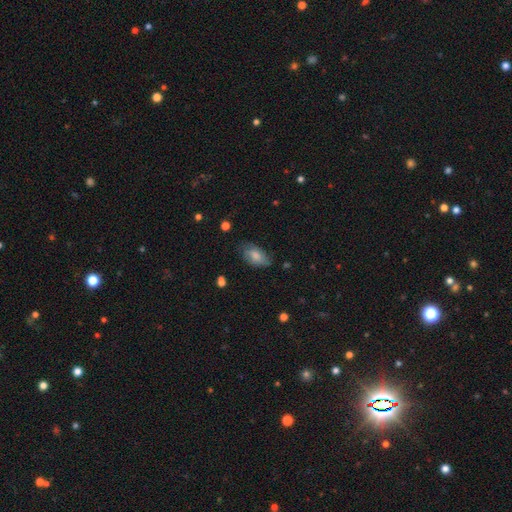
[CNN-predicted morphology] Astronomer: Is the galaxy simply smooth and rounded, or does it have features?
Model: smooth — 72%.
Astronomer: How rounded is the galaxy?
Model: in between — 92%.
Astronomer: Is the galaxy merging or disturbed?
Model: none — 66%.